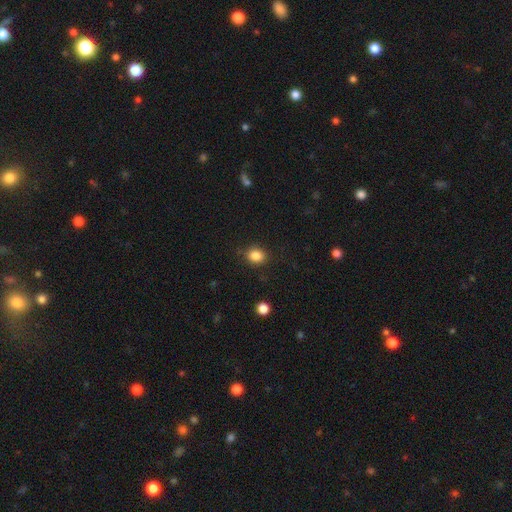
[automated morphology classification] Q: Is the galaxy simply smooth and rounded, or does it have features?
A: smooth — 85%.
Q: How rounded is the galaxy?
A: round — 67%.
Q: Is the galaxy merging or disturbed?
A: none — 86%.